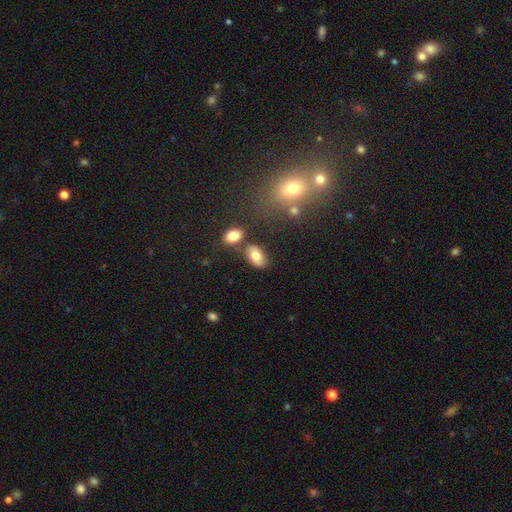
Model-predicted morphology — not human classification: The model was most divided on "merging": none: 72%, minor disturbance: 12%, merger: 12%, major disturbance: 4%. More confident: how rounded — in between (91%); smooth or featured — smooth (79%).